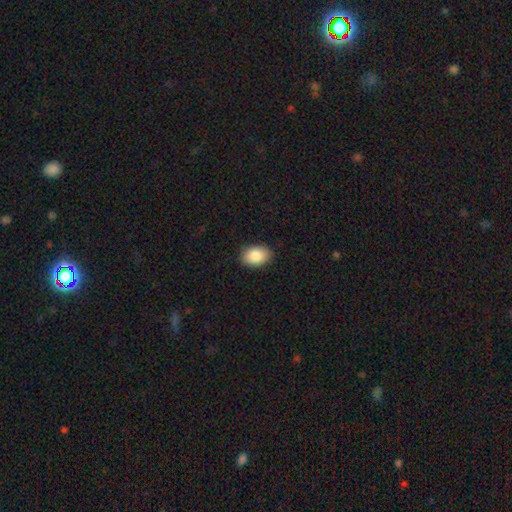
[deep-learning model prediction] This is clearly a smooth galaxy (87%). How rounded: clearly in between (83%). Merging: clearly none (88%).